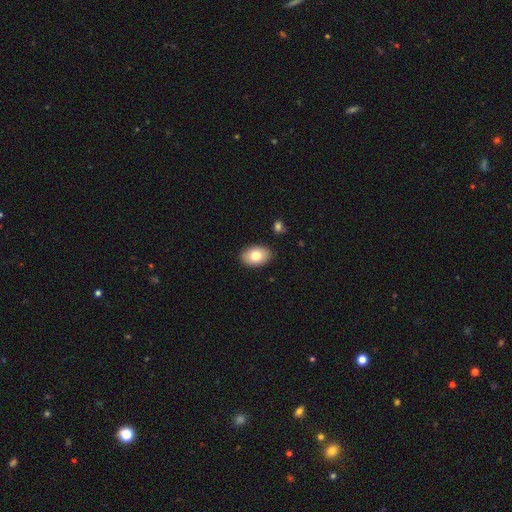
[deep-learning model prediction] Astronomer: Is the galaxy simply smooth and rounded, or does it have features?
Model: smooth — 79%.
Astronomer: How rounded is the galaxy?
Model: in between — 87%.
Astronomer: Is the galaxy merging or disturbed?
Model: none — 88%.